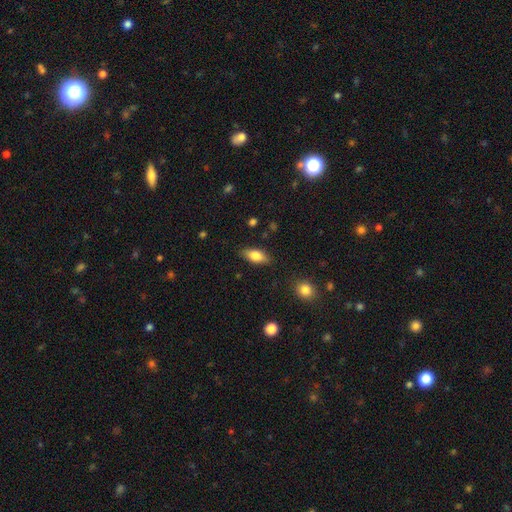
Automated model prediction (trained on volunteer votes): smooth_or_featured: smooth (p=0.74) [alt: featured or disk p=0.19]
how_rounded: in between (p=0.82) [alt: cigar-shaped p=0.15]
merging: none (p=0.85) [alt: minor disturbance p=0.11]